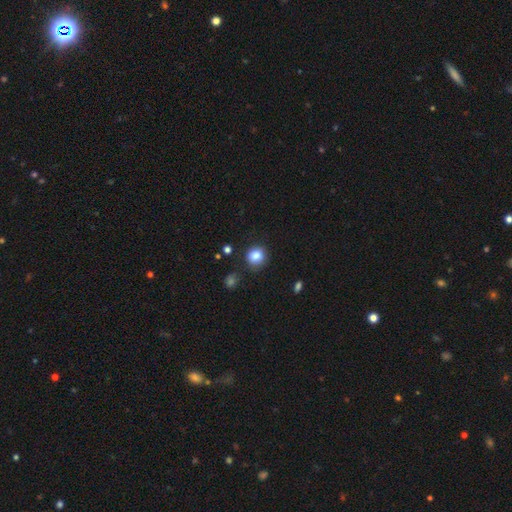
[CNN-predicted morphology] A smooth galaxy with no disk features (84%) that is round (86%). Merging: none (79%).